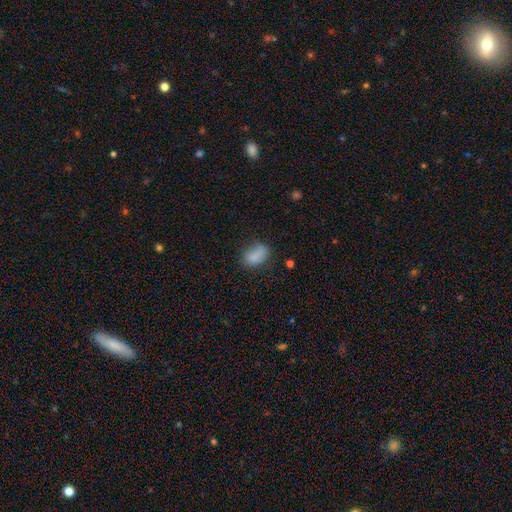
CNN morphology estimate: smooth-or-featured: smooth: 83% | star or artifact: 10% | featured or disk: 7%
  how-rounded: in between: 82% | round: 16% | cigar-shaped: 1%
  merging: none: 63% | minor disturbance: 25% | major disturbance: 8% | merger: 3%